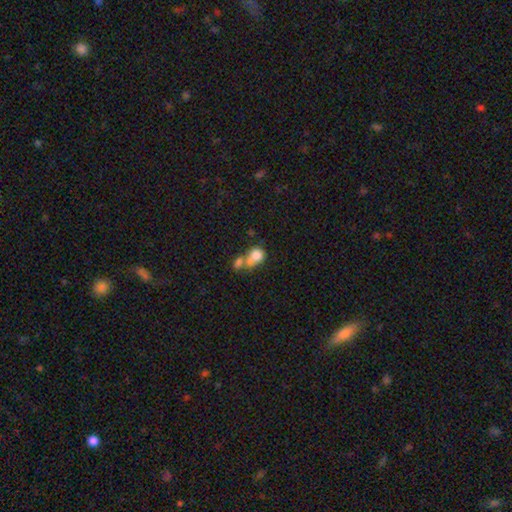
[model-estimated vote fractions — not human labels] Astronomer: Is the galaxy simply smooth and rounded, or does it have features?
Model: smooth — 74%.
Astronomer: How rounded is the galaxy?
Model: round — 66%.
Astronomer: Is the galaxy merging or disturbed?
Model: merger — 62%.